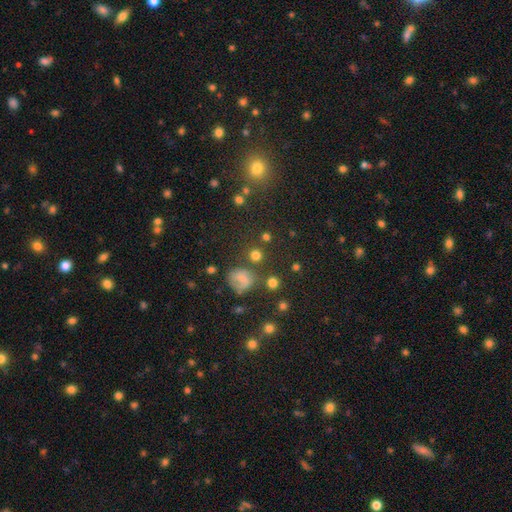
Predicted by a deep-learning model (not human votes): A smooth galaxy with no disk features (63%) that is round (82%). Merging: none (71%).